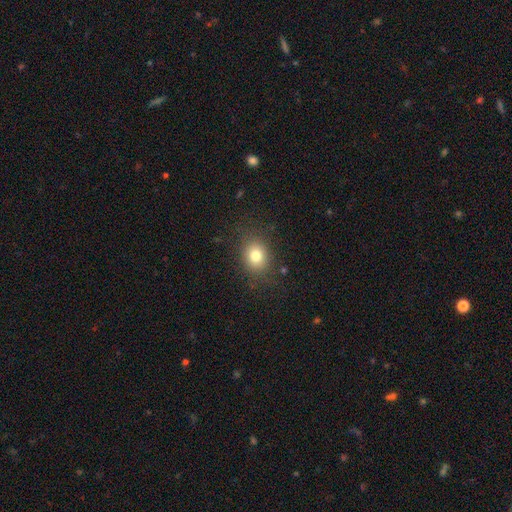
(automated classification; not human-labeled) Smooth or featured: smooth — 79% (star or artifact — 12%)
How rounded: round — 60% (in between — 39%)
Merging: none — 84% (minor disturbance — 11%)